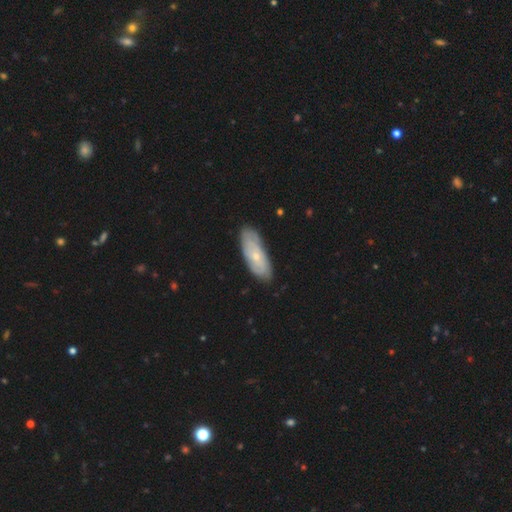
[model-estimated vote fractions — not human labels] A featured or disk galaxy (49%). Merging: none (80%).